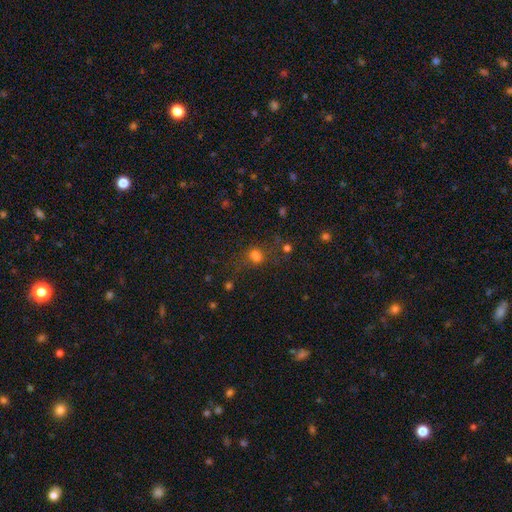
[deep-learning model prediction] Morphology: type=smooth (68%); roundness=round (55%); merging=none (49%).